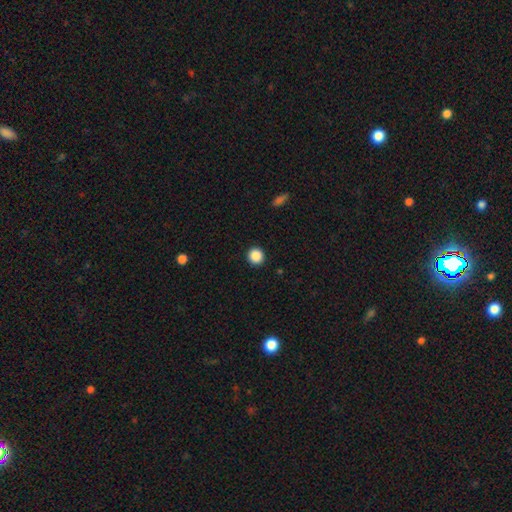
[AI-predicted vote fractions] smooth_or_featured: smooth (p=0.88) [alt: star or artifact p=0.09]
how_rounded: round (p=0.94) [alt: in between p=0.05]
merging: none (p=0.93) [alt: minor disturbance p=0.05]